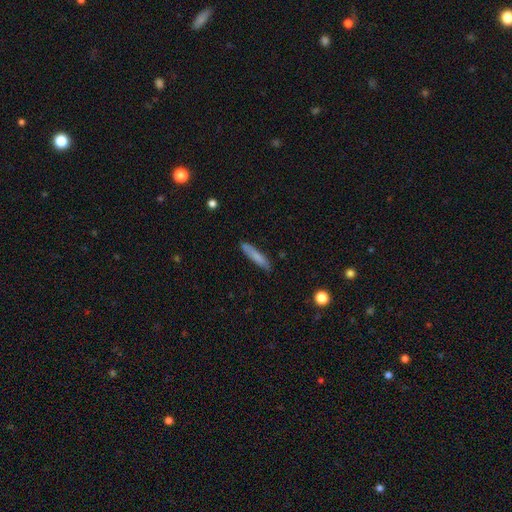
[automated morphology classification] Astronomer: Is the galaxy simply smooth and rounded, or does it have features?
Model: smooth — 77%.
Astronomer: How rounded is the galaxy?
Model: cigar-shaped — 90%.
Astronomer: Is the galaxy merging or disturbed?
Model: none — 83%.